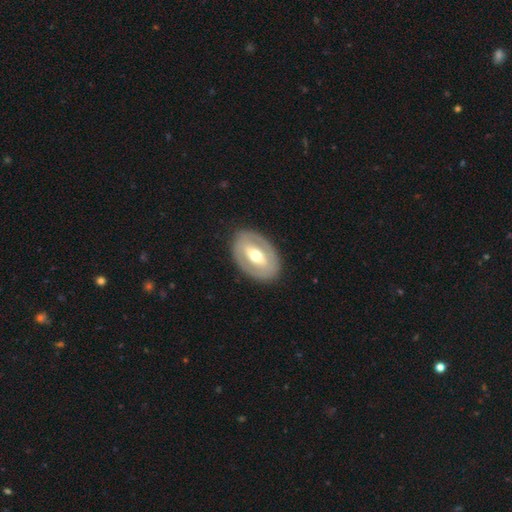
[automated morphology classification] Smooth or featured?
  - featured or disk: 62% *
  - smooth: 33%
  - star or artifact: 5%
Edge-on disk?
  - no: 90% *
  - yes: 10%
Bar?
  - strong: 44% *
  - weak: 30%
  - no: 26%
Spiral arms?
  - no: 77% *
  - yes: 23%
Bulge size?
  - moderate: 71% *
  - large: 14%
  - small: 13%
  - dominant: 1%
  - none: 1%
Merging?
  - none: 84% *
  - minor disturbance: 10%
  - major disturbance: 4%
  - merger: 1%